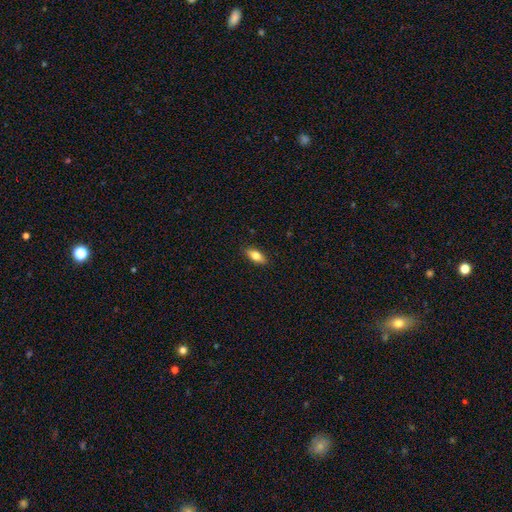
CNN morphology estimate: Smooth or featured?
  - smooth: 75% *
  - featured or disk: 18%
  - star or artifact: 7%
How rounded?
  - in between: 80% *
  - cigar-shaped: 16%
  - round: 3%
Merging?
  - none: 88% *
  - minor disturbance: 9%
  - major disturbance: 2%
  - merger: 1%